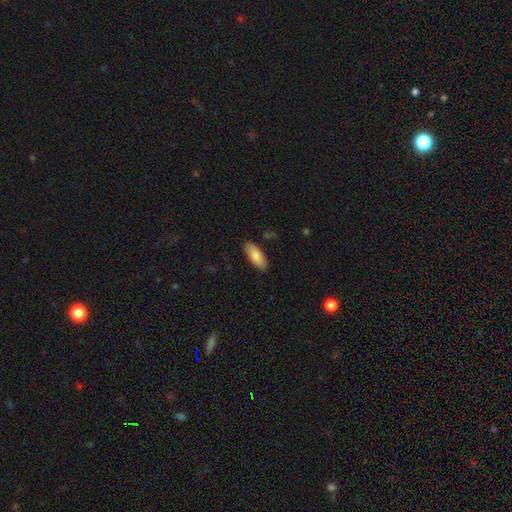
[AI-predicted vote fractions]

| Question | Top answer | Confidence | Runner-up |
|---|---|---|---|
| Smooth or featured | smooth | 85% | featured or disk (9%) |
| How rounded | in between | 78% | cigar-shaped (21%) |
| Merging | none | 87% | minor disturbance (10%) |